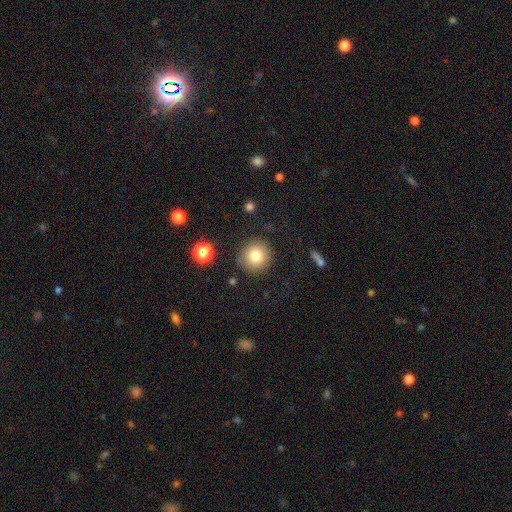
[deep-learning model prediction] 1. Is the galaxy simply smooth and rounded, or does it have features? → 79% smooth, 12% star or artifact, 9% featured or disk.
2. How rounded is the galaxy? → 93% round, 6% in between, 1% cigar-shaped.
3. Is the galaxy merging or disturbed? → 88% none, 8% minor disturbance, 3% major disturbance, 2% merger.